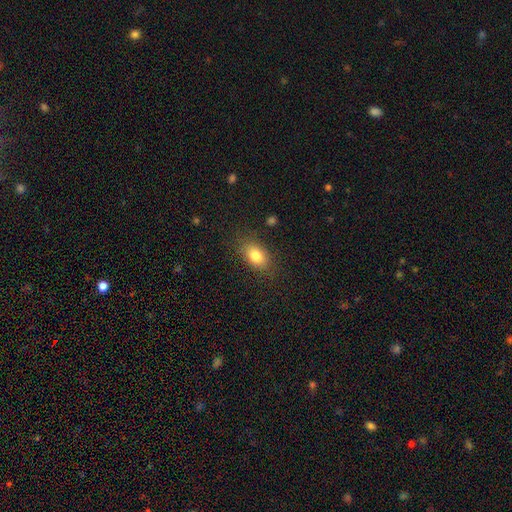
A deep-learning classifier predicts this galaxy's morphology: smooth 82%, star or artifact 9%, featured or disk 9%. Down the decision tree: how rounded — in between (84%); merging — none (82%).